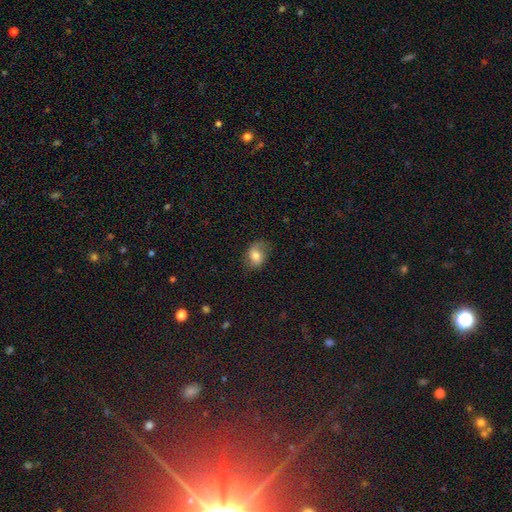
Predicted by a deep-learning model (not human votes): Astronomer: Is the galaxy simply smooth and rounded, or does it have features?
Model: smooth — 71%.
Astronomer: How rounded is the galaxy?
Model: in between — 68%.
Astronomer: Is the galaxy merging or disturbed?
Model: none — 67%.